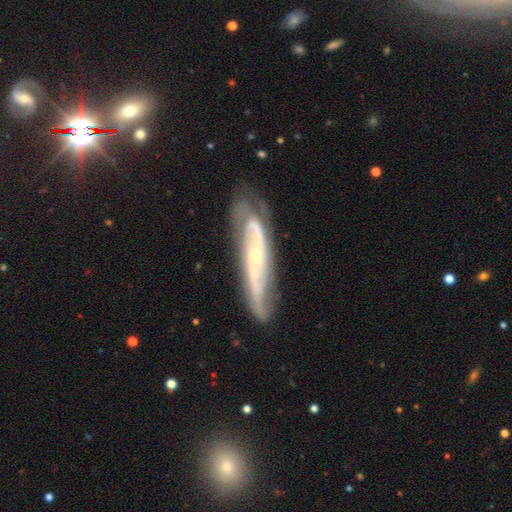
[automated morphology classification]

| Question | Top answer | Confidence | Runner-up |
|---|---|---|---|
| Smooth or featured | featured or disk | 81% | smooth (12%) |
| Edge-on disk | no | 70% | yes (30%) |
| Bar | no | 59% | weak (26%) |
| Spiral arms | yes | 90% | no (10%) |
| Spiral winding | tight | 42% | medium (39%) |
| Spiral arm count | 2 | 49% | can't tell (32%) |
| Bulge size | small | 75% | moderate (21%) |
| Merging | none | 71% | minor disturbance (19%) |